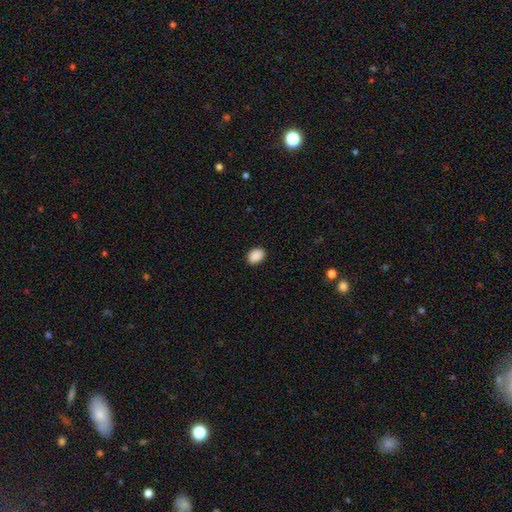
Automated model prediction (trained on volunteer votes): smooth_or_featured: smooth (p=0.90) [alt: star or artifact p=0.08]
how_rounded: in between (p=0.65) [alt: round p=0.34]
merging: none (p=0.89) [alt: minor disturbance p=0.08]